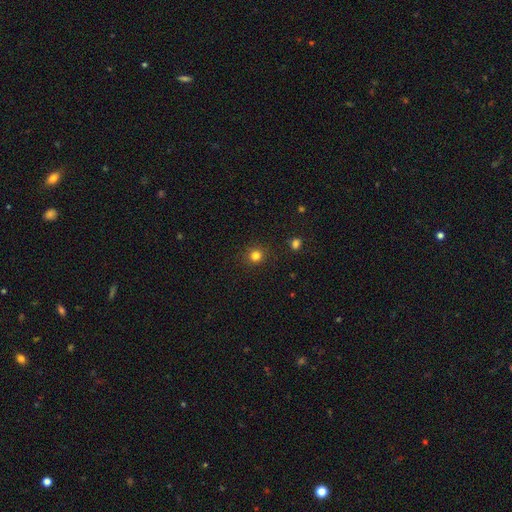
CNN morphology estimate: Smooth or featured? smooth (80%)
How rounded? round (91%)
Merging? none (89%)